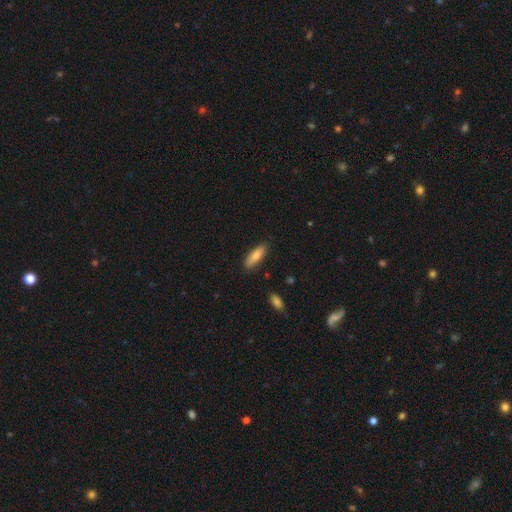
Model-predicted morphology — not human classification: type=smooth (79%); roundness=cigar-shaped (50%); merging=none (85%).